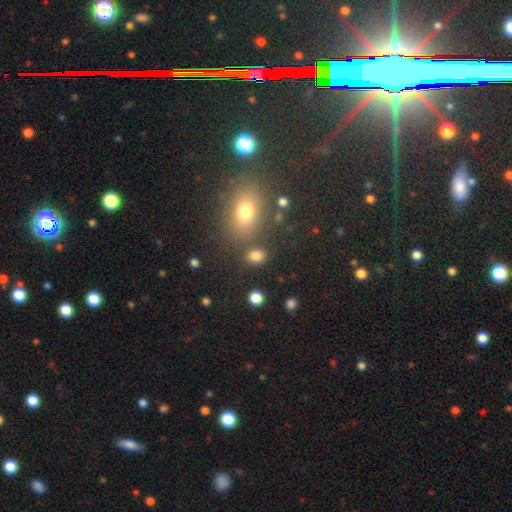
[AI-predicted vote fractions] Smooth or featured?
  - smooth: 81% *
  - star or artifact: 13%
  - featured or disk: 6%
How rounded?
  - in between: 55% *
  - round: 44%
  - cigar-shaped: 2%
Merging?
  - none: 78% *
  - minor disturbance: 10%
  - merger: 8%
  - major disturbance: 4%